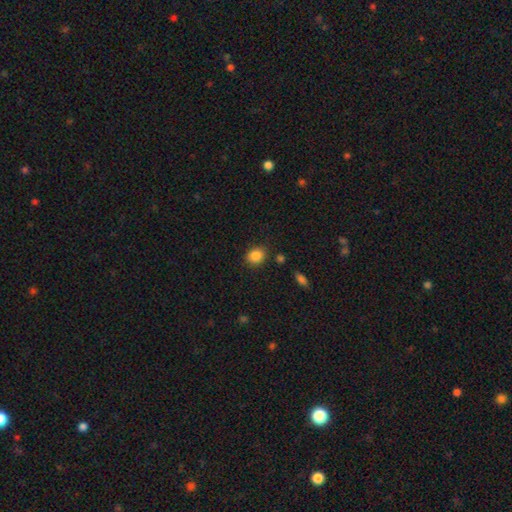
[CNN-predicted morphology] Q: Smooth or featured?
A: smooth (87%); runner-up: star or artifact (9%)
Q: How rounded?
A: round (56%); runner-up: in between (43%)
Q: Merging?
A: none (83%); runner-up: minor disturbance (11%)